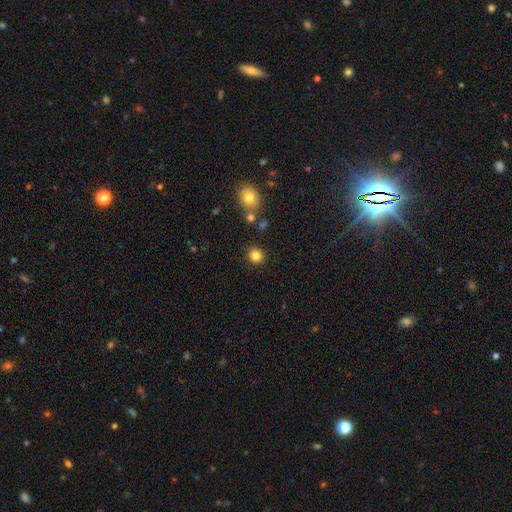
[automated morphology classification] Smooth or featured?
  - smooth: 83% *
  - star or artifact: 12%
  - featured or disk: 5%
How rounded?
  - round: 83% *
  - in between: 16%
  - cigar-shaped: 1%
Merging?
  - none: 87% *
  - minor disturbance: 7%
  - merger: 3%
  - major disturbance: 2%